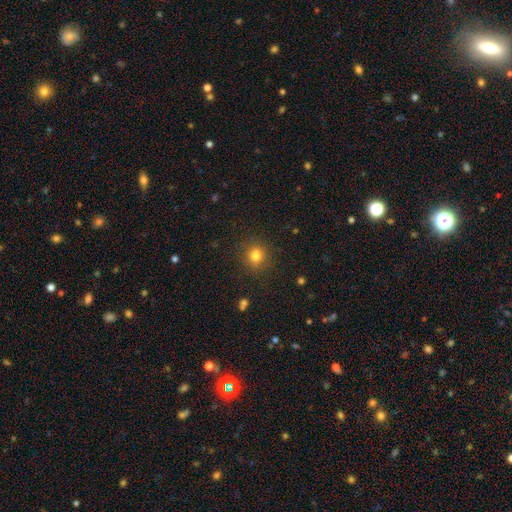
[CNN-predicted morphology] This appears to be a smooth galaxy with no disk features (80%) that is round (85%). Merging: none (88%).